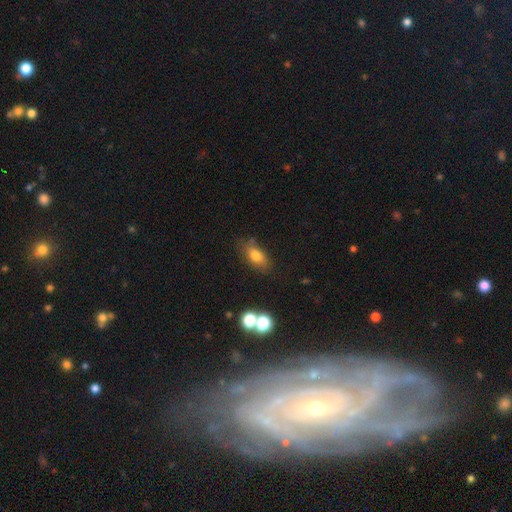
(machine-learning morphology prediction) smooth_or_featured: smooth (p=0.76) [alt: featured or disk p=0.14]
how_rounded: in between (p=0.83) [alt: round p=0.09]
merging: none (p=0.72) [alt: minor disturbance p=0.17]